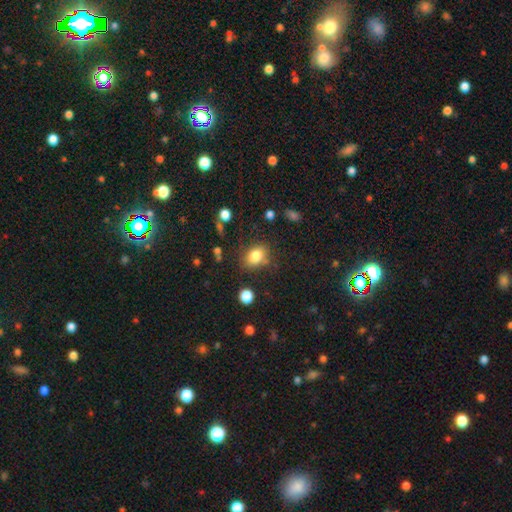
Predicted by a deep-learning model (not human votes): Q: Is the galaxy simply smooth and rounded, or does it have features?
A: smooth — 82%.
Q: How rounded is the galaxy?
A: in between — 67%.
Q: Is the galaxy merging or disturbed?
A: none — 73%.